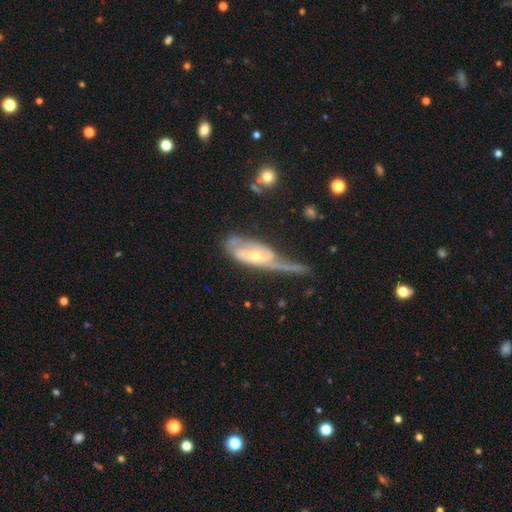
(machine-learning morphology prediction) Smooth or featured? Predicted: featured or disk (p=0.77). Edge-on disk? Predicted: no (p=0.84). Bar? Predicted: no (p=0.49). Spiral arms? Predicted: yes (p=0.80). Spiral winding? Predicted: medium (p=0.38). Spiral arm count? Predicted: 2 (p=0.42). Bulge size? Predicted: moderate (p=0.51). Merging? Predicted: major disturbance (p=0.40).